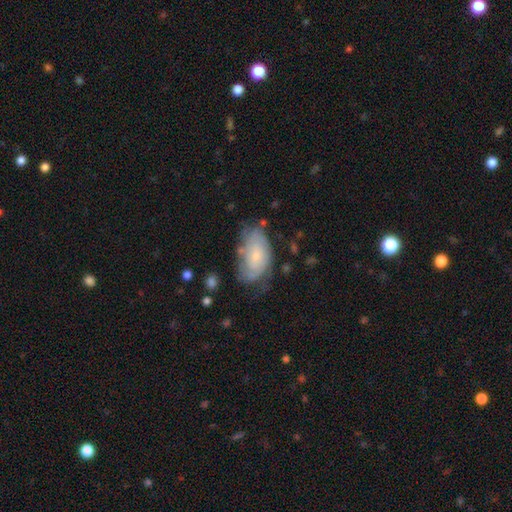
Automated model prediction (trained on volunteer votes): smooth-or-featured: featured or disk: 59% | smooth: 34% | star or artifact: 7%
  disk-edge-on: no: 95% | yes: 5%
    bar: no: 78% | weak: 19% | strong: 3%
    has-spiral-arms: yes: 81% | no: 19%
    bulge-size: small: 70% | moderate: 22% | none: 4% | large: 2% | dominant: 1%
  merging: none: 56% | minor disturbance: 28% | major disturbance: 13% | merger: 3%